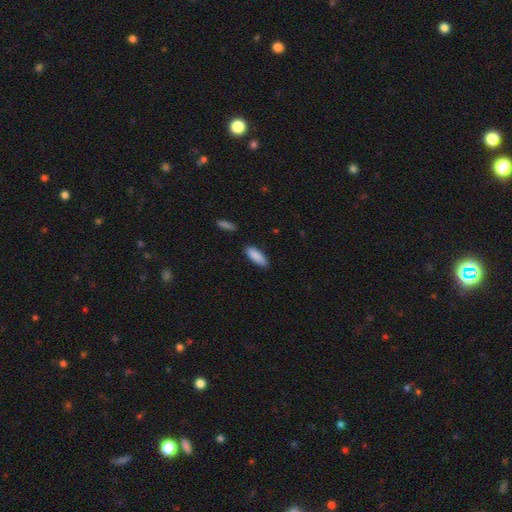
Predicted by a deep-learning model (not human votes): This is clearly a smooth galaxy (89%). How rounded: likely in between (63%). Merging: clearly none (85%).